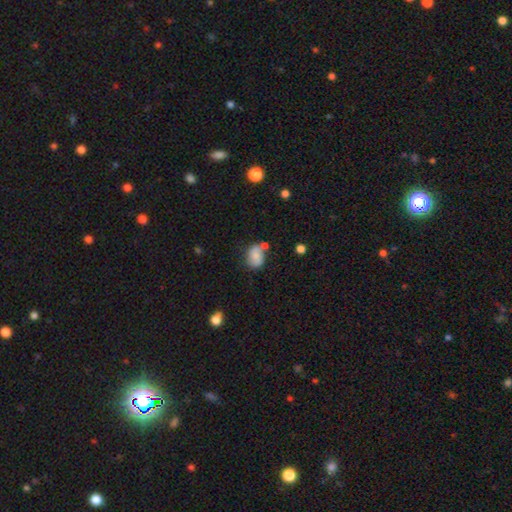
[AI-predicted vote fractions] smooth-or-featured: smooth: 74% | featured or disk: 16% | star or artifact: 9%
  how-rounded: in between: 72% | round: 27% | cigar-shaped: 1%
  merging: none: 52% | minor disturbance: 24% | merger: 17% | major disturbance: 7%